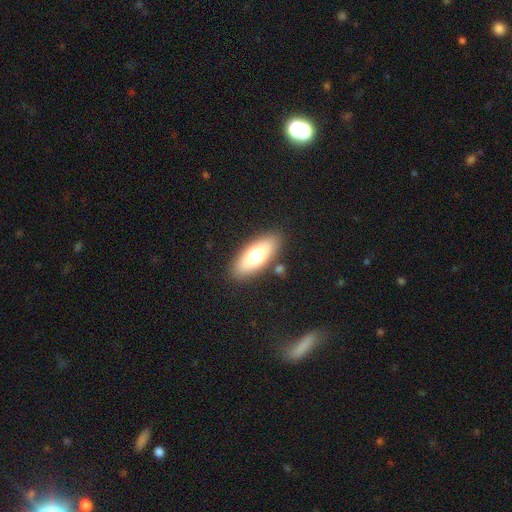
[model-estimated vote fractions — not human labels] A smooth galaxy with no disk features (68%) that is in between round and cigar-shaped (74%). Merging: none (85%).